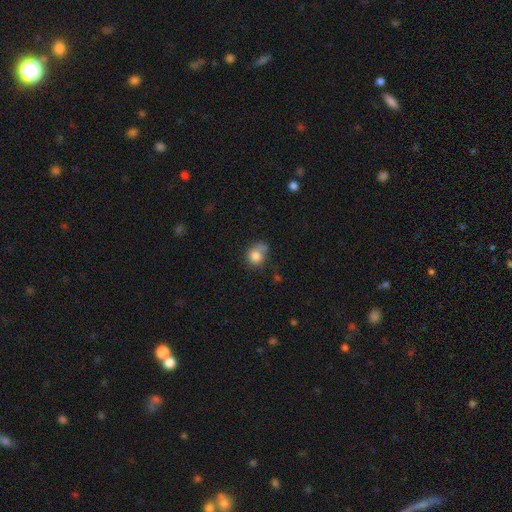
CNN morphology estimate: Q: Smooth or featured?
A: smooth (82%); runner-up: star or artifact (10%)
Q: How rounded?
A: round (71%); runner-up: in between (28%)
Q: Merging?
A: none (44%); runner-up: minor disturbance (25%)